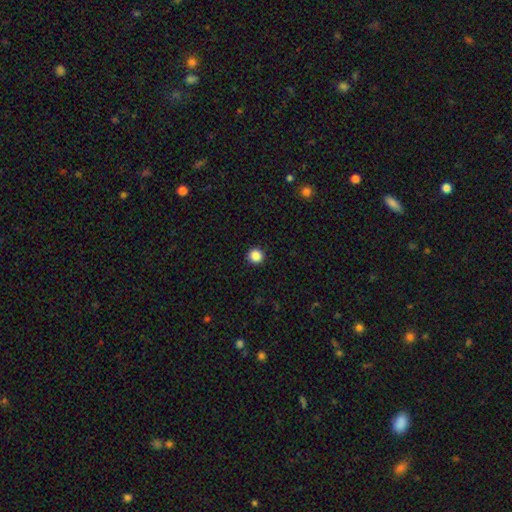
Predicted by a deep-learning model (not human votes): A smooth galaxy with no disk features (86%) that is round (95%).

Vote fractions:
- Smooth or featured? smooth: 86% / star or artifact: 11% / featured or disk: 3%
- How rounded? round: 95% / in between: 4% / cigar-shaped: 1%
- Merging? none: 93% / minor disturbance: 4% / major disturbance: 1% / merger: 1%